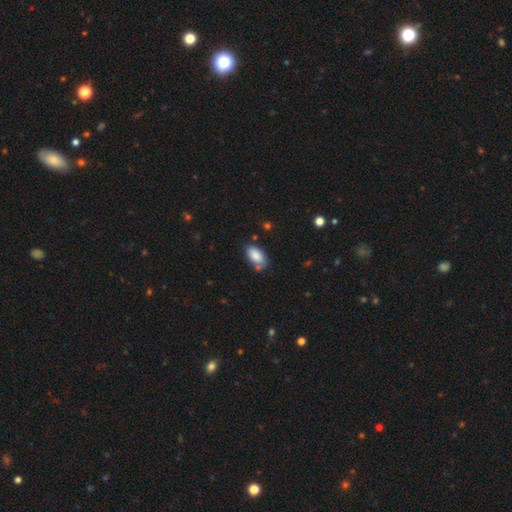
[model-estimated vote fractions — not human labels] Smooth or featured? Predicted: smooth (p=0.86). How rounded? Predicted: in between (p=0.94). Merging? Predicted: none (p=0.67).